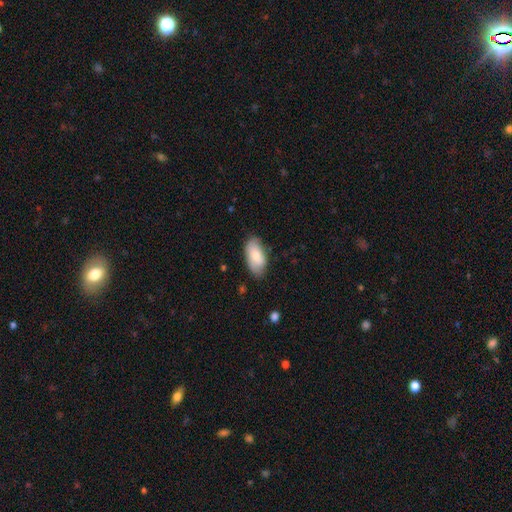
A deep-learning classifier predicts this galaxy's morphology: This is likely a smooth galaxy (76%). How rounded: clearly in between (93%). Merging: likely none (76%).